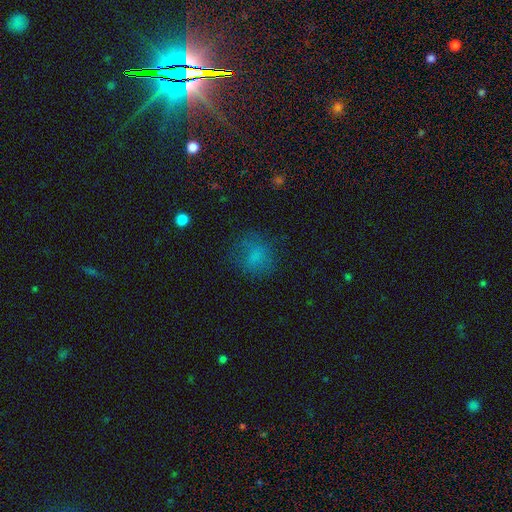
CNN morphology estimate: Smooth or featured?
  - smooth: 70% *
  - star or artifact: 16%
  - featured or disk: 14%
How rounded?
  - round: 74% *
  - in between: 25%
  - cigar-shaped: 1%
Merging?
  - none: 67% *
  - minor disturbance: 19%
  - major disturbance: 13%
  - merger: 2%